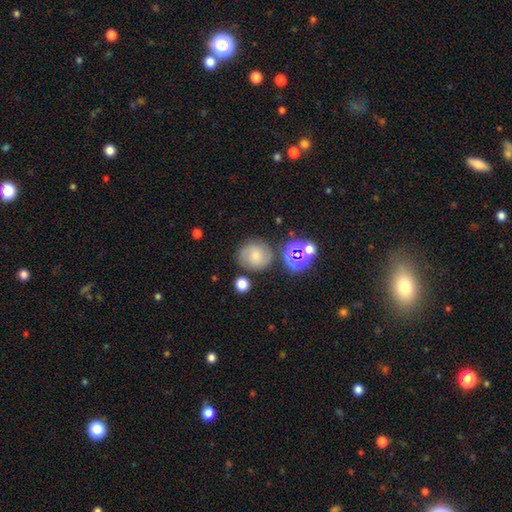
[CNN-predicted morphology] The model was most divided on "smooth or featured": smooth: 56%, featured or disk: 28%, star or artifact: 15%. More confident: how rounded — round (87%); merging — none (74%).